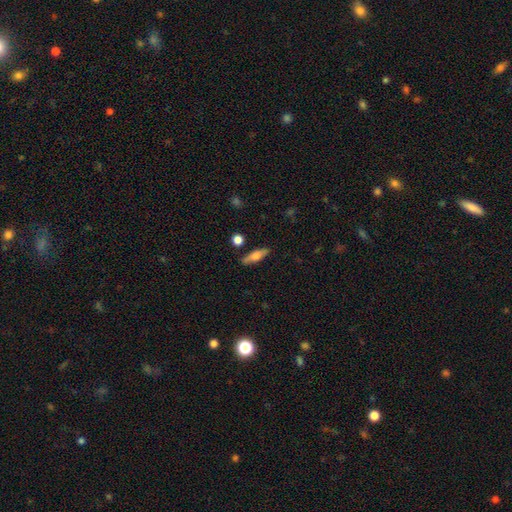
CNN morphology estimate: Overall: smooth (63%; featured or disk 30%). How rounded: cigar-shaped (55%; in between 42%). Merging: none (84%).